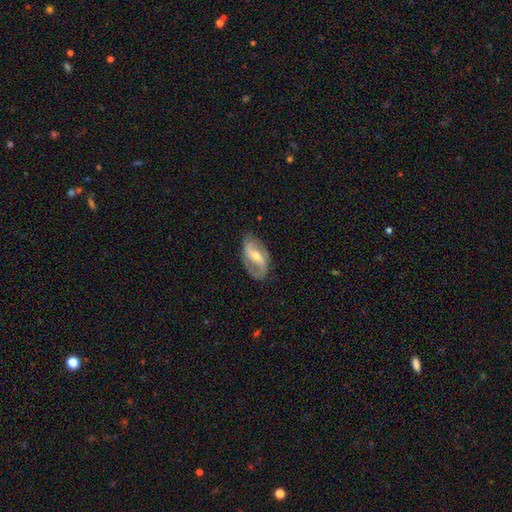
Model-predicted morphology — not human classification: The model was most divided on "bar": weak: 41%, strong: 37%, no: 22%. Remaining: edge-on disk — no (95%); spiral arms — yes (92%); spiral arm count — 2 (85%); smooth or featured — featured or disk (82%); merging — none (74%); bulge size — moderate (52%); spiral winding — medium (44%).